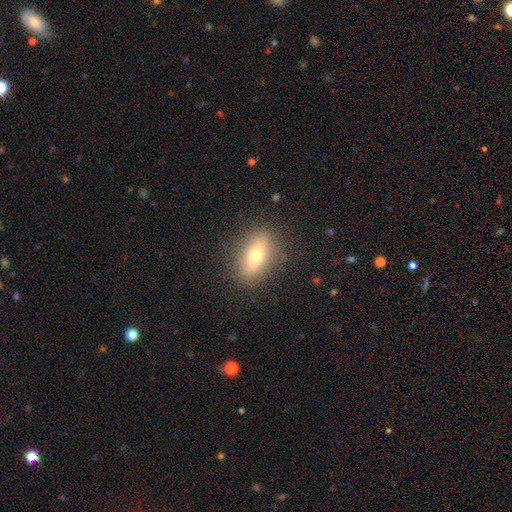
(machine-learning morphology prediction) type=smooth (65%); roundness=in between (76%); merging=none (85%).